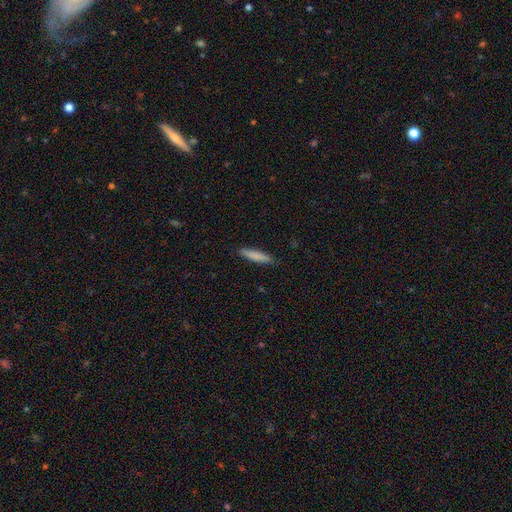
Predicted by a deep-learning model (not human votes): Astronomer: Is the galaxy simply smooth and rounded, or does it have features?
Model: smooth — 83%.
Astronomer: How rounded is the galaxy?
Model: cigar-shaped — 87%.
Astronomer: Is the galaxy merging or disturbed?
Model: none — 88%.